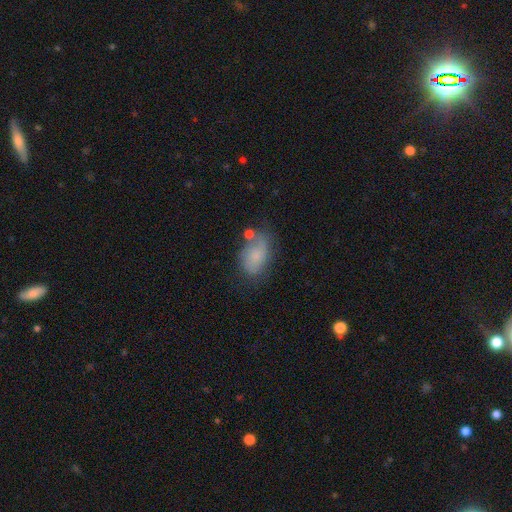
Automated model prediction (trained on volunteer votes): Smooth or featured?
  - smooth: 63% *
  - featured or disk: 27%
  - star or artifact: 10%
How rounded?
  - in between: 87% *
  - round: 11%
  - cigar-shaped: 2%
Merging?
  - none: 50% *
  - minor disturbance: 26%
  - major disturbance: 12%
  - merger: 11%